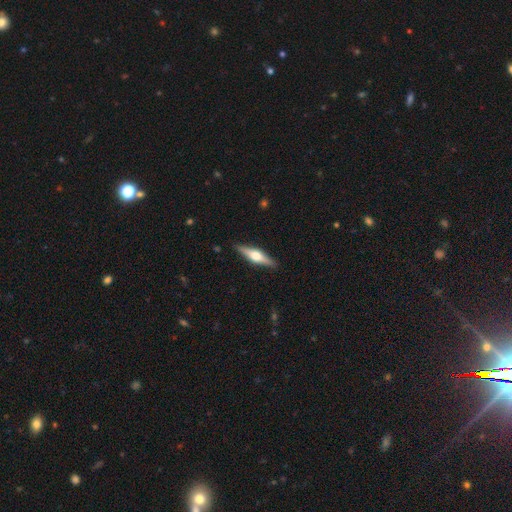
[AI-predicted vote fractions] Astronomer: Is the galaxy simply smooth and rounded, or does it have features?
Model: featured or disk — 67%.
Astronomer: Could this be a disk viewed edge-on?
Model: yes — 97%.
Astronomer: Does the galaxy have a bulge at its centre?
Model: rounded — 94%.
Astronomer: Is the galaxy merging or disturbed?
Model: none — 90%.